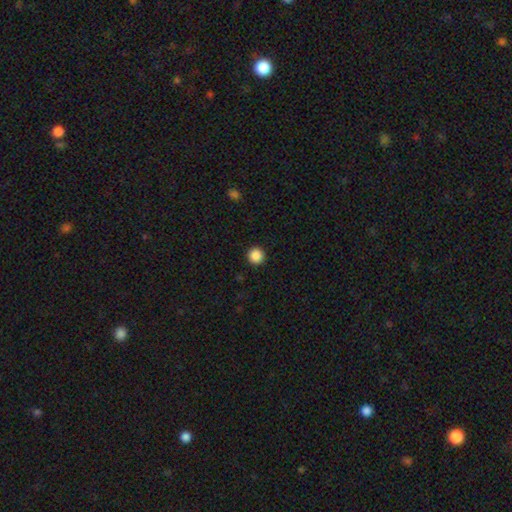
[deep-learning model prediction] A smooth galaxy with no disk features (88%) that is round (96%).

Vote fractions:
- Smooth or featured? smooth: 88% / star or artifact: 10% / featured or disk: 2%
- How rounded? round: 96% / in between: 3% / cigar-shaped: 1%
- Merging? none: 93% / minor disturbance: 4% / major disturbance: 2% / merger: 1%